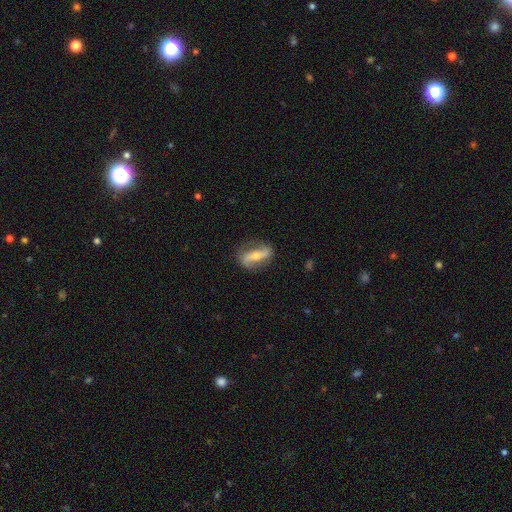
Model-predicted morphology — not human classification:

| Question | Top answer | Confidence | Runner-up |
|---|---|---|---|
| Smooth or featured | featured or disk | 75% | smooth (19%) |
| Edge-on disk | no | 80% | yes (20%) |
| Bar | strong | 59% | no (21%) |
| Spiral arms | yes | 83% | no (17%) |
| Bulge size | moderate | 53% | small (41%) |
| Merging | none | 80% | minor disturbance (14%) |